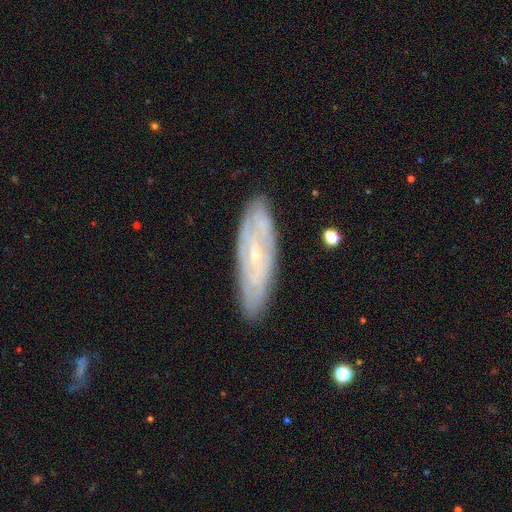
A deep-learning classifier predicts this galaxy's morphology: Overall: featured or disk (71%). Edge-on disk: no (75%). Bar: no (56%; weak 32%). Spiral arms: yes (78%). Bulge size: small (79%). Merging: none (84%).